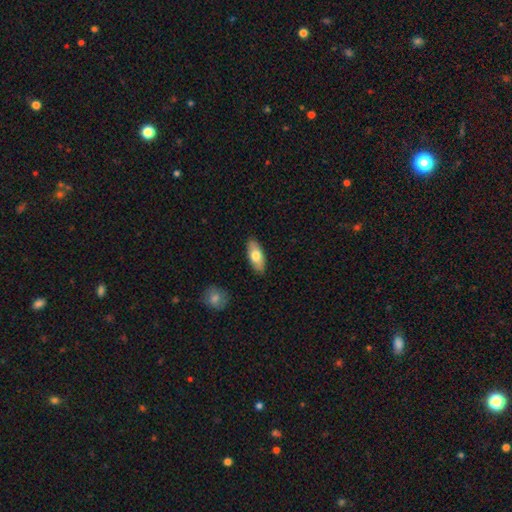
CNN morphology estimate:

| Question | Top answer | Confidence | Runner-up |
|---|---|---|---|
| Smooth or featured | smooth | 71% | featured or disk (23%) |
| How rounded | in between | 83% | cigar-shaped (14%) |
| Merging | none | 88% | minor disturbance (9%) |